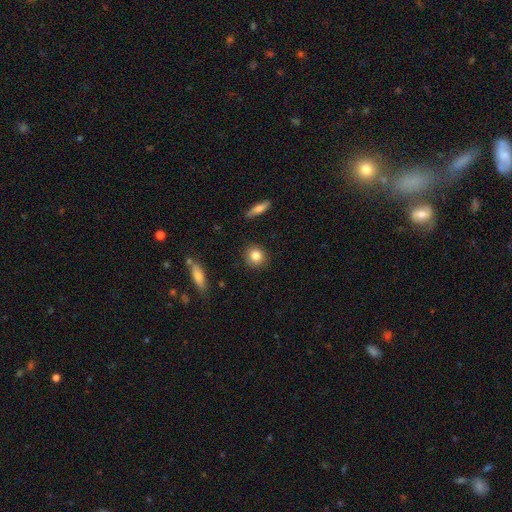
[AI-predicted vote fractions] Smooth or featured? Predicted: smooth (p=0.83). How rounded? Predicted: round (p=0.86). Merging? Predicted: none (p=0.89).